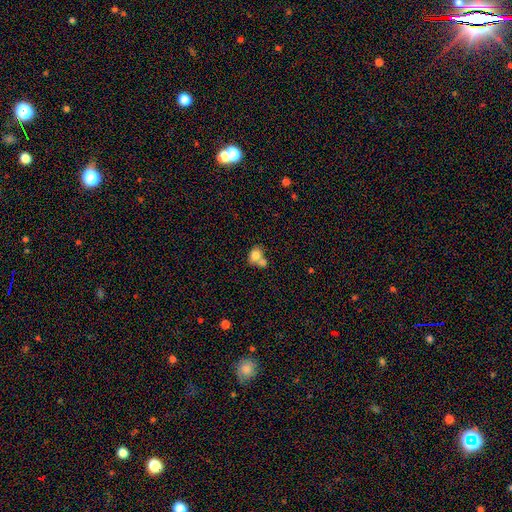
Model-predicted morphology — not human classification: Smooth or featured? Predicted: smooth (p=0.77). How rounded? Predicted: in between (p=0.52). Merging? Predicted: merger (p=0.54).